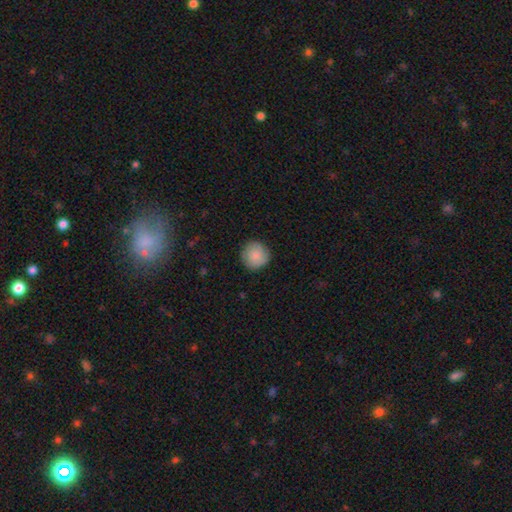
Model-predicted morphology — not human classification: Q: Smooth or featured?
A: smooth (87%); runner-up: featured or disk (7%)
Q: How rounded?
A: round (94%); runner-up: in between (5%)
Q: Merging?
A: none (88%); runner-up: minor disturbance (9%)